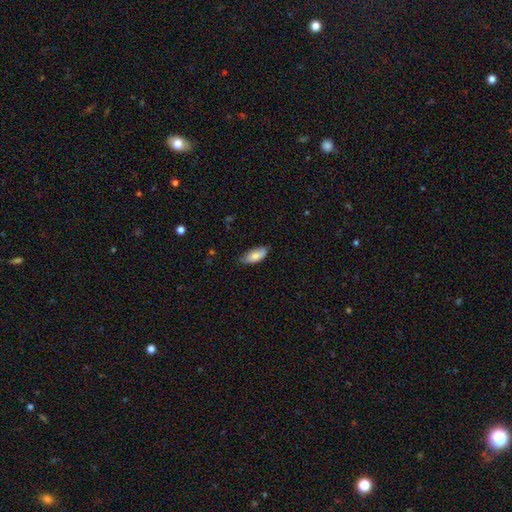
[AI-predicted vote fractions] Q: Smooth or featured?
A: smooth (81%); runner-up: featured or disk (13%)
Q: How rounded?
A: in between (87%); runner-up: cigar-shaped (11%)
Q: Merging?
A: none (63%); runner-up: minor disturbance (31%)